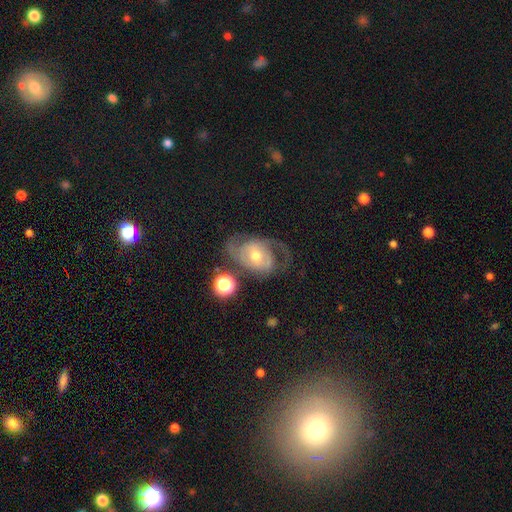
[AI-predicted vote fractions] This is likely a featured or disk galaxy (79%). It is clearly not viewed edge-on (96%). Bar: possibly no (58%). Spiral arm pattern: clearly yes (90%). Spiral arm count: likely 2 (66%). Spiral winding: possibly medium (46%). Central bulge: likely moderate (67%). Merging: possibly none (51%).